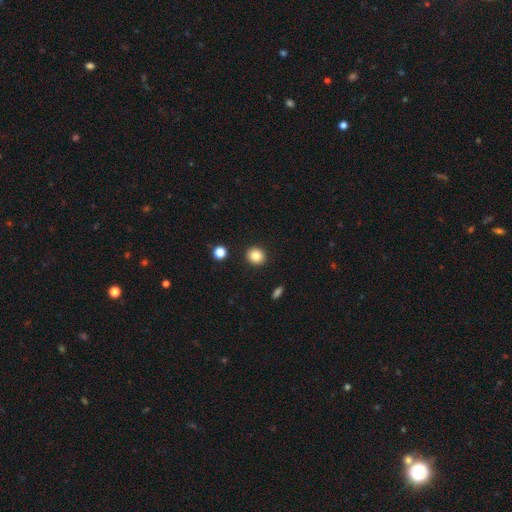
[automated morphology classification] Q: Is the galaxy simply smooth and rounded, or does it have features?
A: smooth — 85%.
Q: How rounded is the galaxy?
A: round — 84%.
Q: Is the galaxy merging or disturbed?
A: none — 91%.